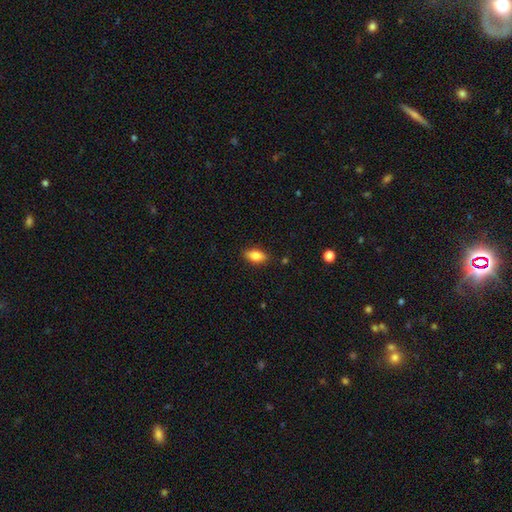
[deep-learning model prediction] smooth_or_featured: smooth (p=0.83) [alt: featured or disk p=0.10]
how_rounded: in between (p=0.88) [alt: cigar-shaped p=0.08]
merging: none (p=0.87) [alt: minor disturbance p=0.10]